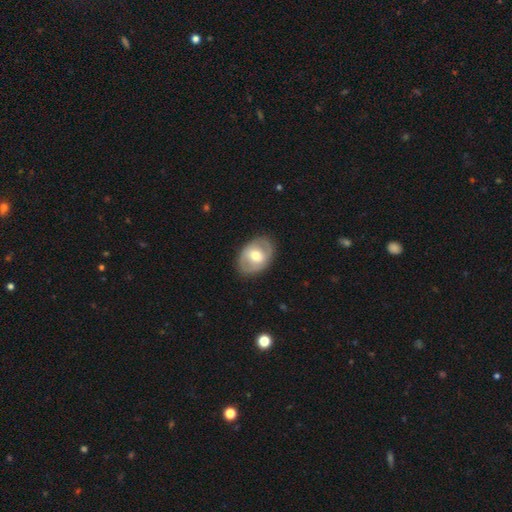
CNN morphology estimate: Smooth or featured?
  - featured or disk: 51% *
  - smooth: 43%
  - star or artifact: 6%
Edge-on disk?
  - no: 93% *
  - yes: 7%
Merging?
  - none: 83% *
  - minor disturbance: 12%
  - major disturbance: 4%
  - merger: 1%